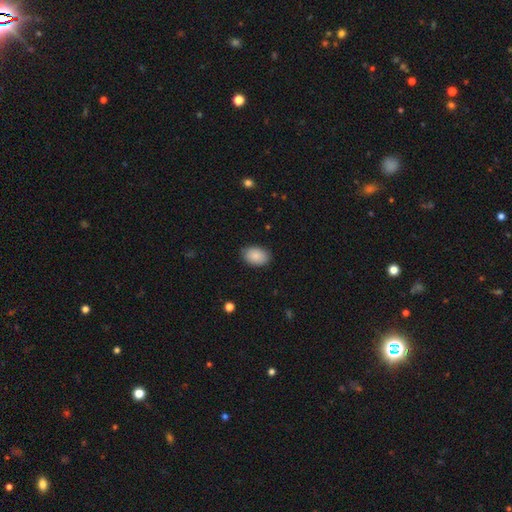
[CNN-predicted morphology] The model was most divided on "how rounded": in between: 86%, round: 13%, cigar-shaped: 1%. More confident: smooth or featured — smooth (88%); merging — none (85%).